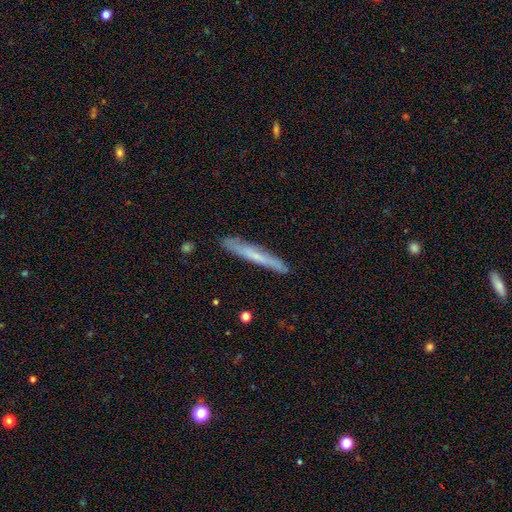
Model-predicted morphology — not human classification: This appears to be a smooth galaxy with no disk features (56%) that is cigar-shaped (96%). Merging: none (88%).